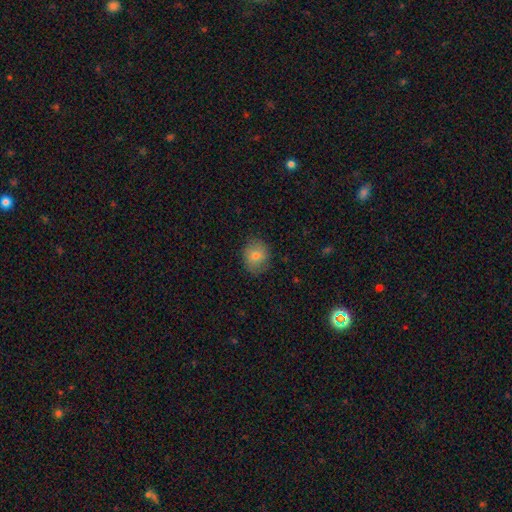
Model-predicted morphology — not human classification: This appears to be a smooth galaxy with no disk features (75%) that is round (66%). Merging: none (81%).